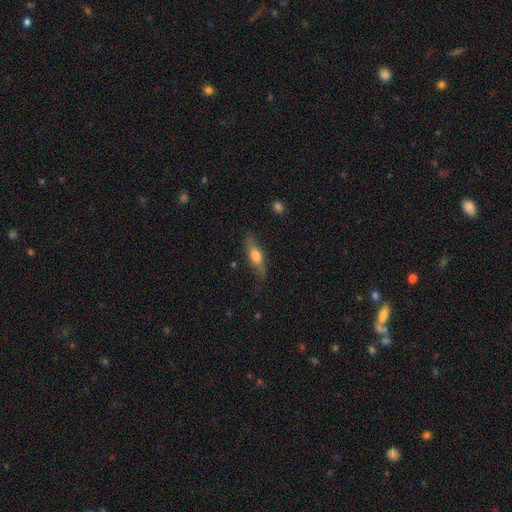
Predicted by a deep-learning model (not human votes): Smooth or featured: smooth — 55% (featured or disk — 39%)
How rounded: cigar-shaped — 56% (in between — 41%)
Merging: none — 70% (minor disturbance — 22%)